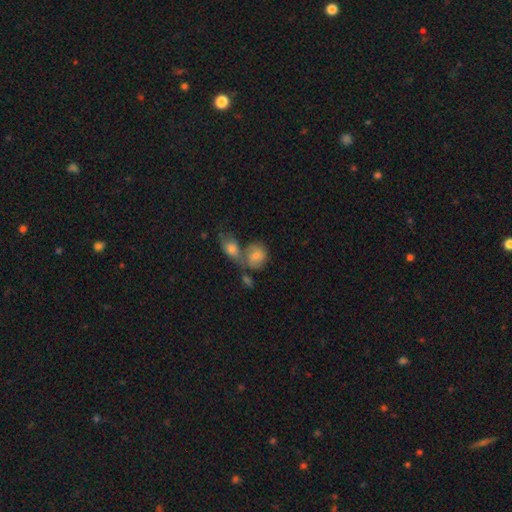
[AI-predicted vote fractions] Morphology: type=smooth (69%); roundness=round (62%); merging=merger (46%).